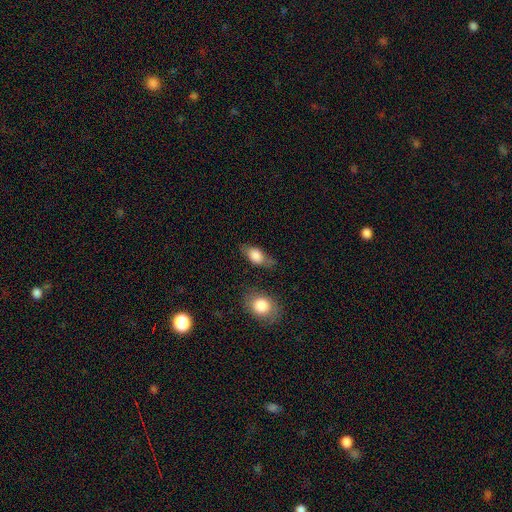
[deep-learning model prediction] This appears to be a smooth galaxy with no disk features (73%) that is in between round and cigar-shaped (80%). Merging: none (63%).